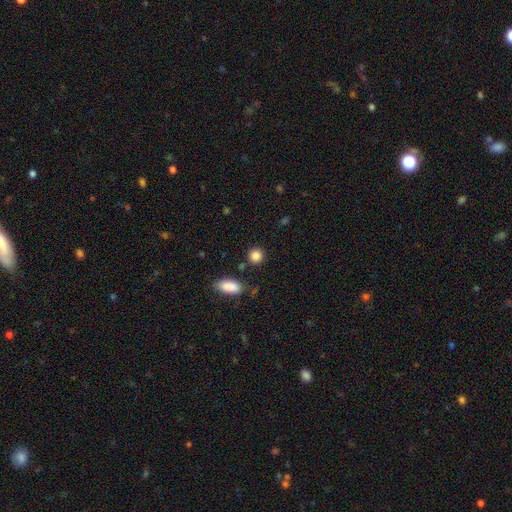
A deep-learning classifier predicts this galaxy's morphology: This appears to be a smooth galaxy with no disk features (87%) that is round (86%). Merging: none (84%).